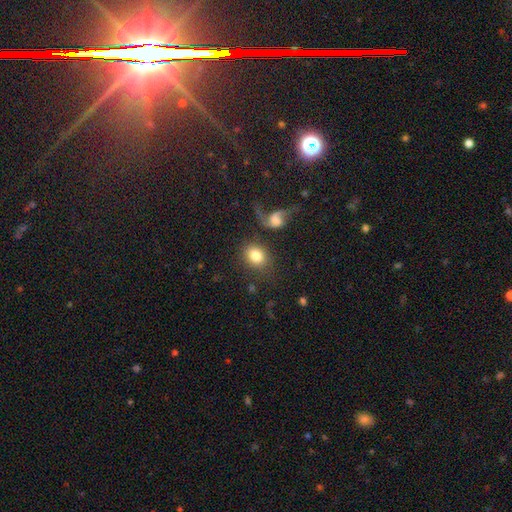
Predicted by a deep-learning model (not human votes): smooth-or-featured: smooth: 81% | featured or disk: 11% | star or artifact: 8%
  how-rounded: in between: 57% | round: 41% | cigar-shaped: 1%
  merging: none: 68% | minor disturbance: 12% | merger: 11% | major disturbance: 8%